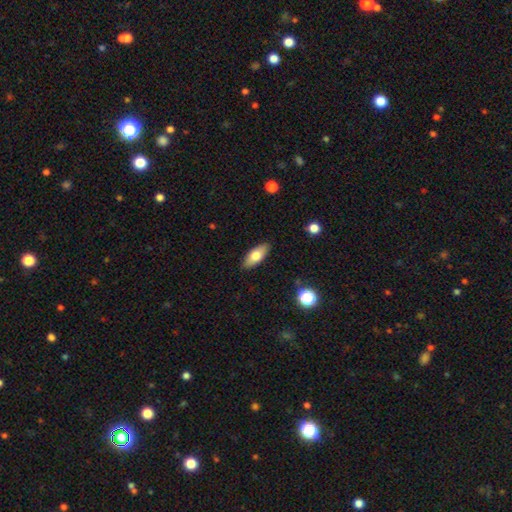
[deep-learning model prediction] smooth_or_featured: smooth (p=0.72) [alt: featured or disk p=0.22]
how_rounded: in between (p=0.82) [alt: cigar-shaped p=0.15]
merging: none (p=0.88) [alt: minor disturbance p=0.10]